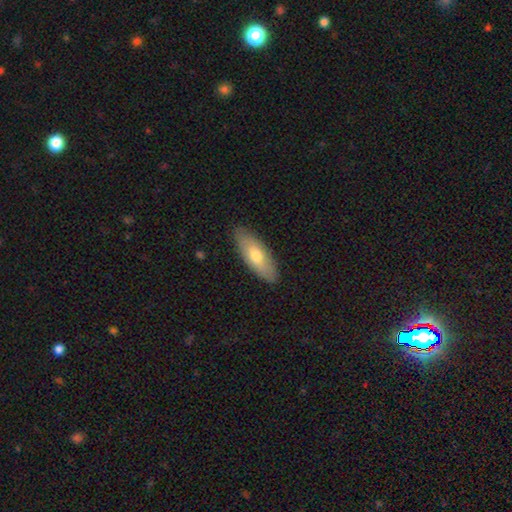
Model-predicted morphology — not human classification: This is likely a smooth galaxy (67%). How rounded: likely in between (73%). Merging: clearly none (86%).